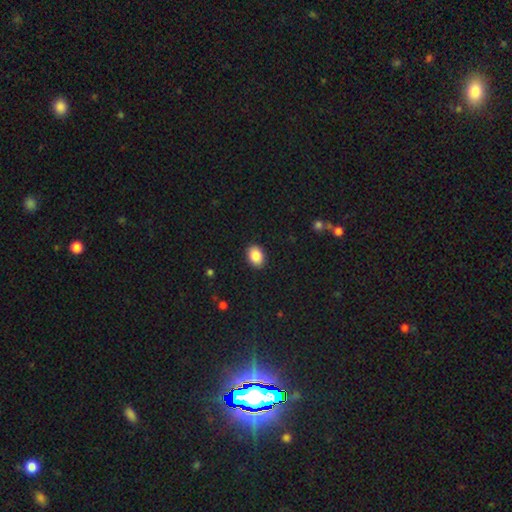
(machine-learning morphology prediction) Smooth or featured?
  - smooth: 87% *
  - star or artifact: 8%
  - featured or disk: 5%
How rounded?
  - in between: 74% *
  - round: 25%
  - cigar-shaped: 1%
Merging?
  - none: 90% *
  - minor disturbance: 7%
  - major disturbance: 2%
  - merger: 1%